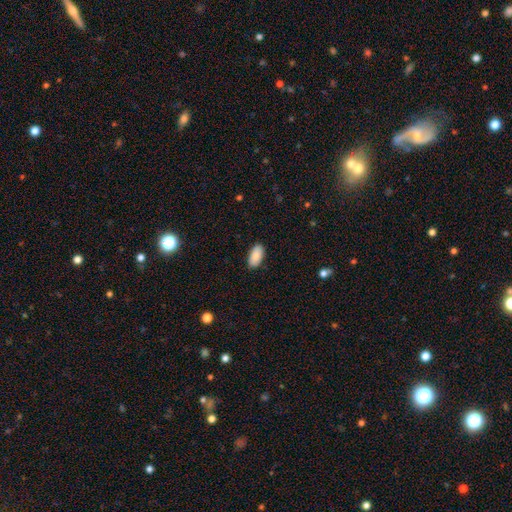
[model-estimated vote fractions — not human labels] Smooth or featured? smooth (89%)
How rounded? in between (94%)
Merging? none (88%)